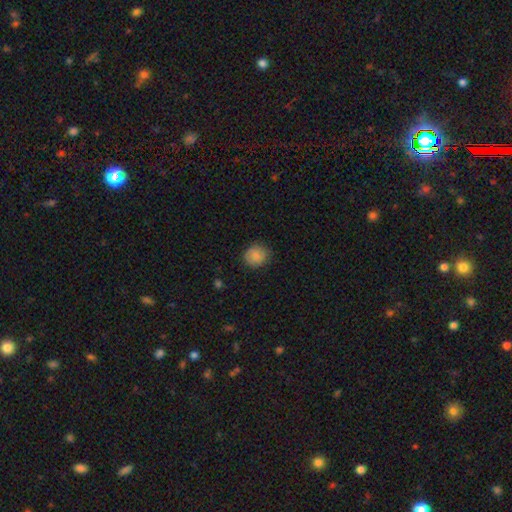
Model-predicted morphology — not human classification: Overall: smooth (86%). How rounded: round (84%). Merging: none (82%).